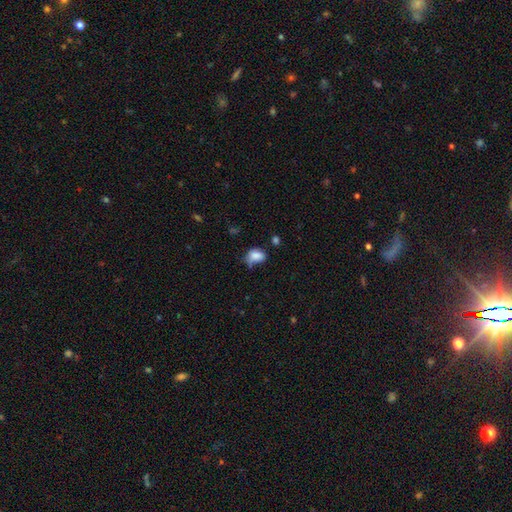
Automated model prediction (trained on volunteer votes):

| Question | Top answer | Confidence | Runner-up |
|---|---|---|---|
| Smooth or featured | smooth | 82% | star or artifact (10%) |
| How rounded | in between | 76% | round (22%) |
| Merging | none | 43% | minor disturbance (34%) |